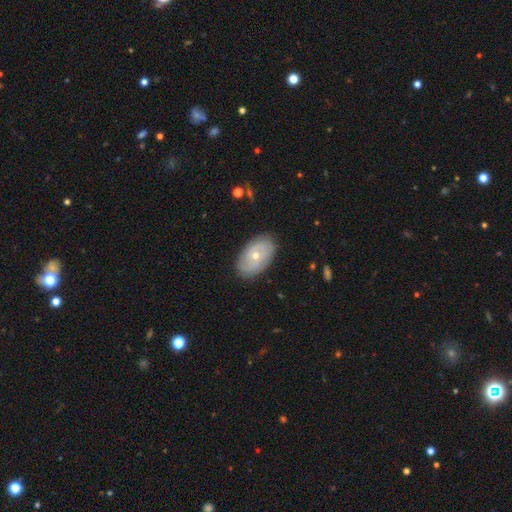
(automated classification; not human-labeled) Smooth or featured? featured or disk (61%)
Edge-on disk? no (93%)
Bar? no (83%)
Spiral arms? yes (62%)
Bulge size? small (50%)
Merging? none (83%)